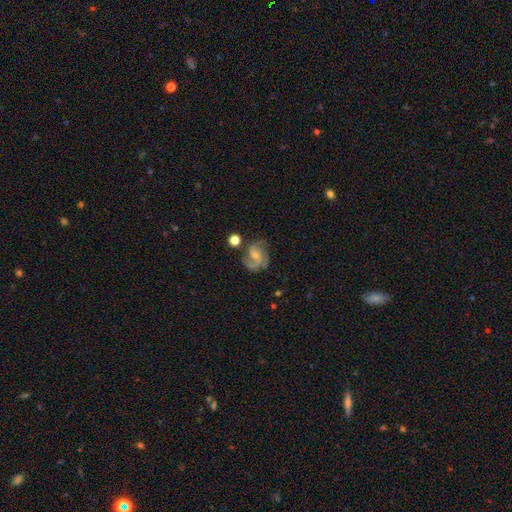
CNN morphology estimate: Smooth or featured?
  - featured or disk: 74% *
  - smooth: 17%
  - star or artifact: 8%
Edge-on disk?
  - no: 98% *
  - yes: 2%
Bar?
  - no: 51% *
  - weak: 41%
  - strong: 8%
Spiral arms?
  - yes: 93% *
  - no: 7%
Spiral winding?
  - medium: 51% *
  - loose: 29%
  - tight: 20%
Spiral arm count?
  - 2: 45% *
  - 3: 28%
  - can't tell: 13%
  - 4: 5%
  - 1: 5%
  - more than 4: 4%
Bulge size?
  - small: 56% *
  - moderate: 31%
  - none: 10%
  - large: 2%
  - dominant: 1%
Merging?
  - none: 59% *
  - minor disturbance: 21%
  - major disturbance: 14%
  - merger: 6%